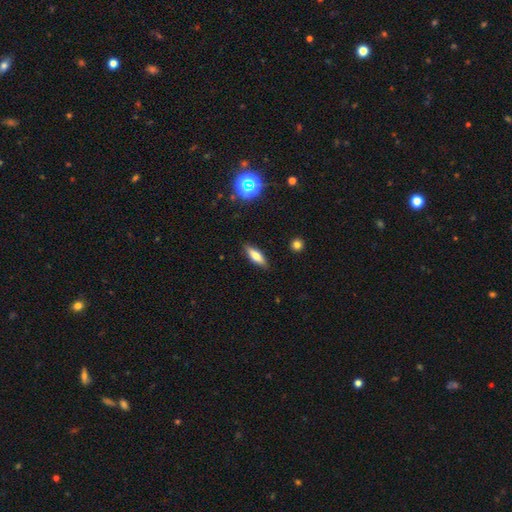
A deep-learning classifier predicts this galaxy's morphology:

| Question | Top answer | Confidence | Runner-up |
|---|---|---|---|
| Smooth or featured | smooth | 66% | featured or disk (25%) |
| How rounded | in between | 49% | cigar-shaped (48%) |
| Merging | none | 87% | minor disturbance (9%) |